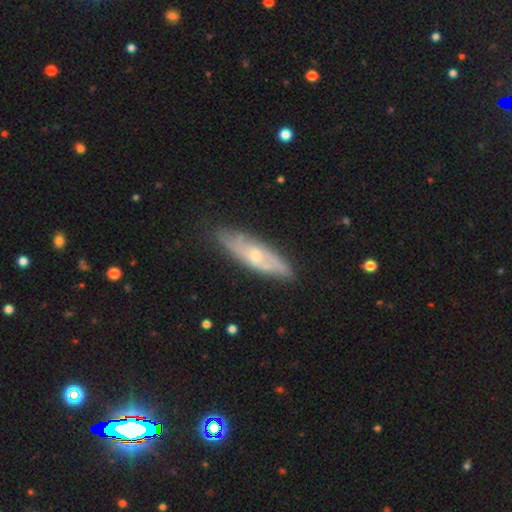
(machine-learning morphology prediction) type=featured or disk (66%); edge-on=no (59%); merging=none (80%).